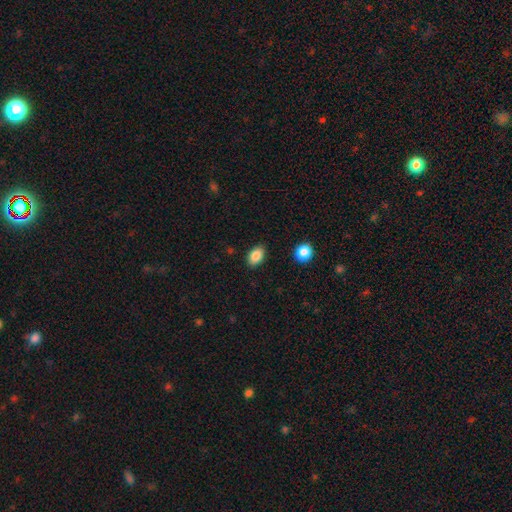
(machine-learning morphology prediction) type=smooth (87%); roundness=in between (85%); merging=none (86%).